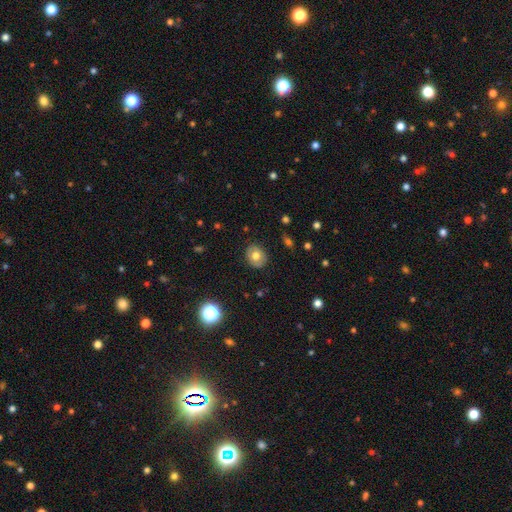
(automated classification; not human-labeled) Morphology: type=smooth (70%); roundness=round (60%); merging=none (87%).